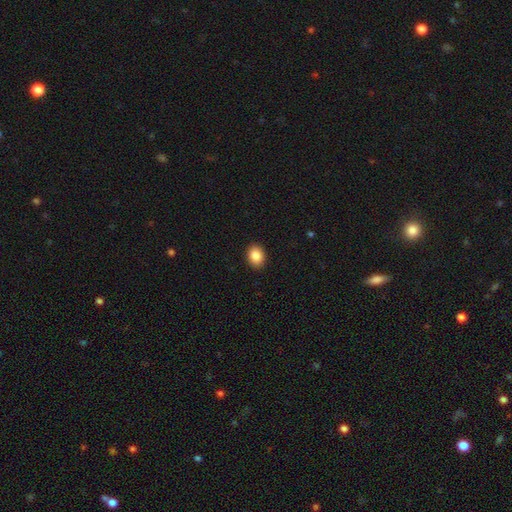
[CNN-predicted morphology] Smooth or featured?
  - smooth: 87% *
  - star or artifact: 8%
  - featured or disk: 4%
How rounded?
  - in between: 61% *
  - round: 38%
  - cigar-shaped: 1%
Merging?
  - none: 91% *
  - minor disturbance: 6%
  - major disturbance: 2%
  - merger: 1%